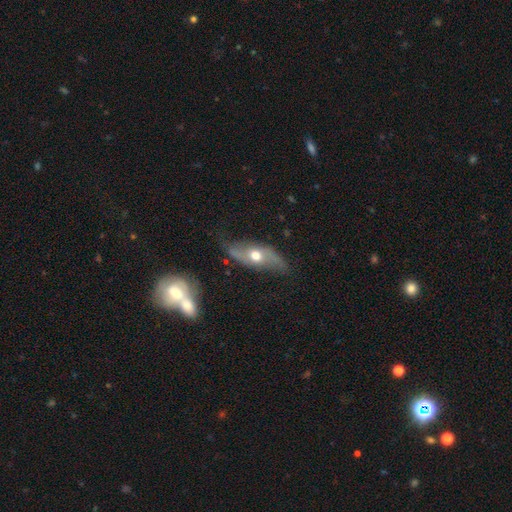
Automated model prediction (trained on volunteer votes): A featured or disk galaxy (58%).

Vote fractions:
- Smooth or featured? featured or disk: 58% / smooth: 35% / star or artifact: 7%
- Edge-on disk? no: 66% / yes: 34%
- Merging? none: 67% / minor disturbance: 23% / major disturbance: 8% / merger: 2%